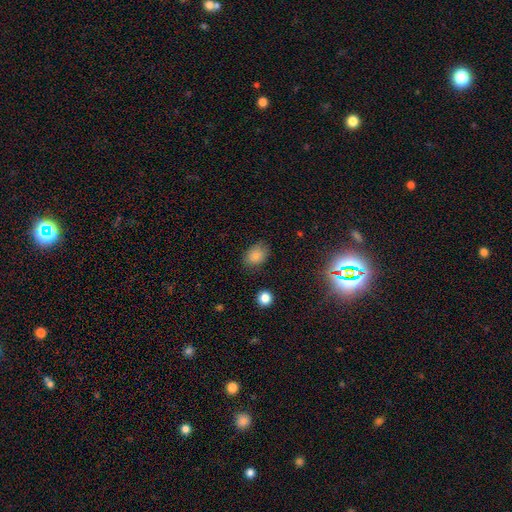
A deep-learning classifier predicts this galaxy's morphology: A smooth galaxy with no disk features (83%) that is in between round and cigar-shaped (73%).

Vote fractions:
- Smooth or featured? smooth: 83% / star or artifact: 11% / featured or disk: 6%
- How rounded? in between: 73% / round: 25% / cigar-shaped: 1%
- Merging? none: 77% / minor disturbance: 18% / major disturbance: 4% / merger: 2%